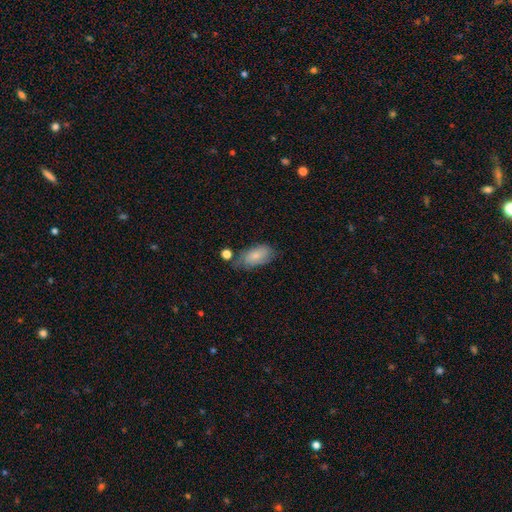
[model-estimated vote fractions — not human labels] smooth_or_featured: smooth (p=0.75) [alt: featured or disk p=0.18]
how_rounded: in between (p=0.92) [alt: cigar-shaped p=0.04]
merging: none (p=0.57) [alt: minor disturbance p=0.28]